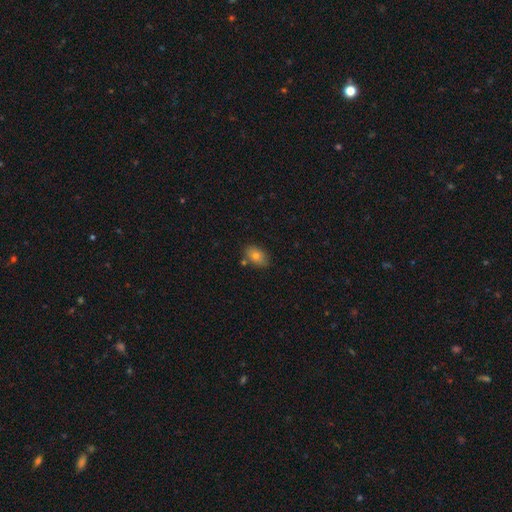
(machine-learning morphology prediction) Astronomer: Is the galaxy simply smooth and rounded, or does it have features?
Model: smooth — 78%.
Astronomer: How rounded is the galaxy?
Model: in between — 83%.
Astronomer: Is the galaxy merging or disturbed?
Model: none — 76%.